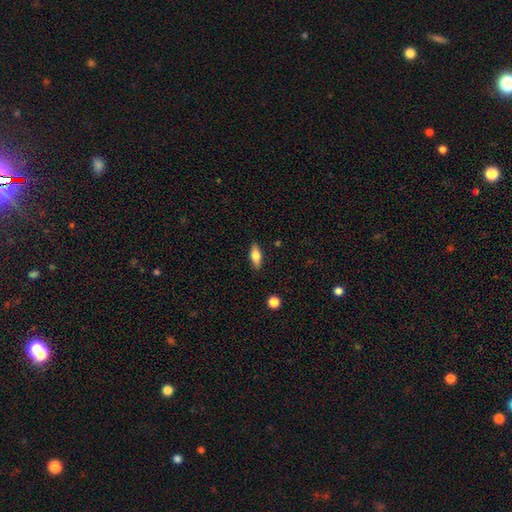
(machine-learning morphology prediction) Smooth or featured: smooth — 65% (featured or disk — 28%)
How rounded: in between — 67% (cigar-shaped — 29%)
Merging: none — 86% (minor disturbance — 10%)